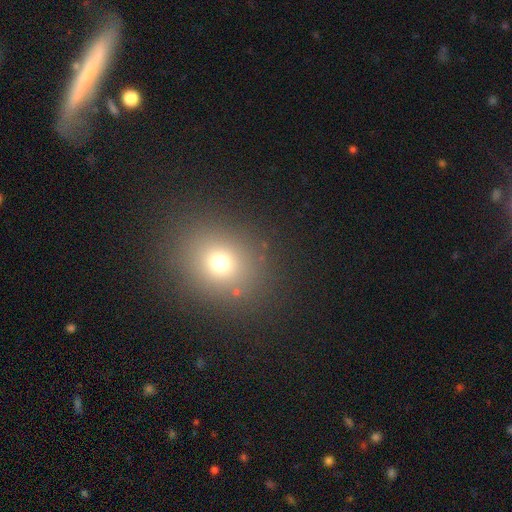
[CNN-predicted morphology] smooth_or_featured: smooth (p=0.68) [alt: star or artifact p=0.23]
how_rounded: round (p=0.67) [alt: in between p=0.32]
merging: none (p=0.88) [alt: minor disturbance p=0.07]